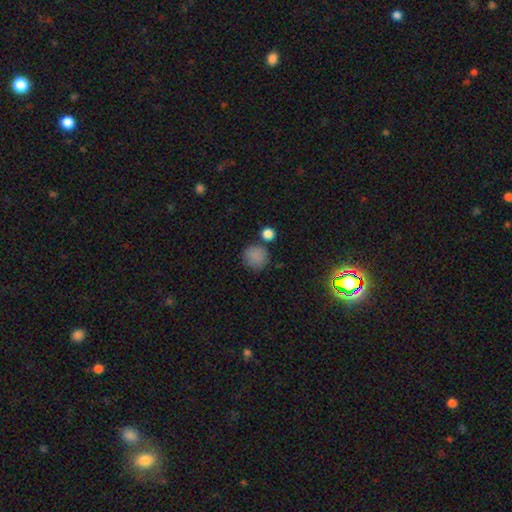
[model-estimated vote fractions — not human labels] Q: Smooth or featured?
A: smooth (85%); runner-up: star or artifact (10%)
Q: How rounded?
A: round (91%); runner-up: in between (8%)
Q: Merging?
A: none (73%); runner-up: minor disturbance (12%)